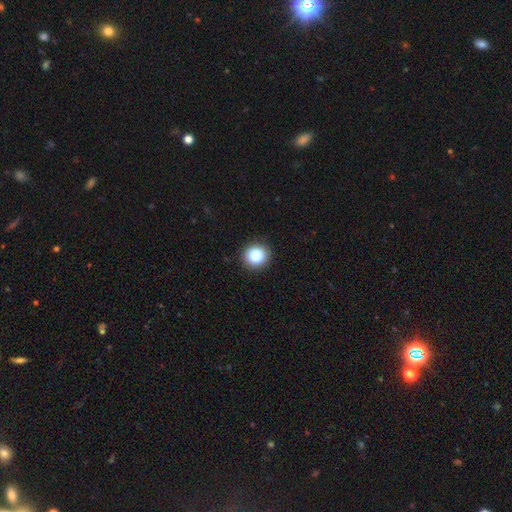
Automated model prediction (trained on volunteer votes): A smooth galaxy with no disk features (84%) that is round (91%). Merging: none (92%).